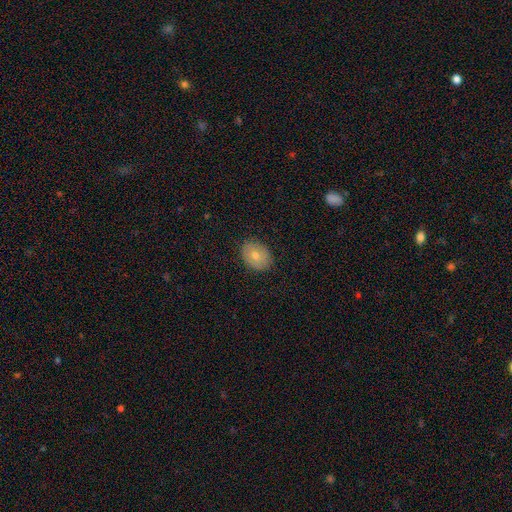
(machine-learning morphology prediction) Smooth or featured: smooth — 72% (featured or disk — 20%)
How rounded: in between — 60% (round — 40%)
Merging: none — 86% (minor disturbance — 11%)